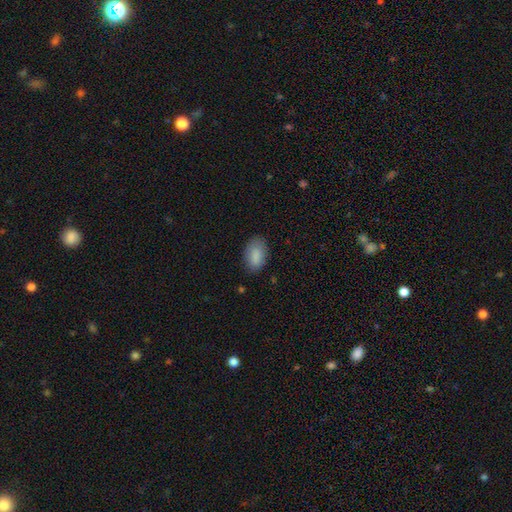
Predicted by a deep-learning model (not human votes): A smooth galaxy with no disk features (88%) that is in between round and cigar-shaped (93%).

Vote fractions:
- Smooth or featured? smooth: 88% / star or artifact: 7% / featured or disk: 5%
- How rounded? in between: 93% / round: 6% / cigar-shaped: 2%
- Merging? none: 81% / minor disturbance: 15% / major disturbance: 3% / merger: 1%